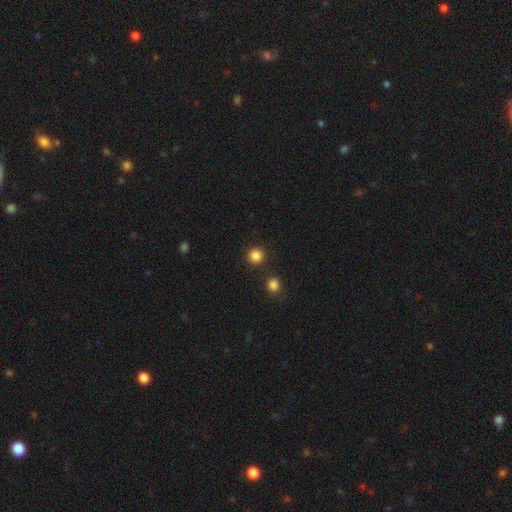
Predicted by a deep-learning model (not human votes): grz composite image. It shows a smooth galaxy with no disk features (86%) that is round (94%). Merging: none (89%).